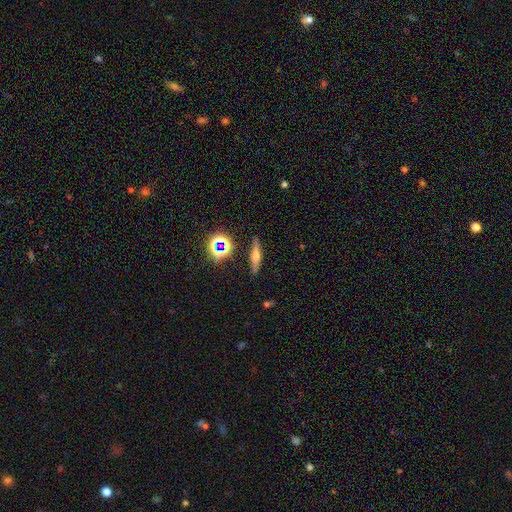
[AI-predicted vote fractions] Q: Smooth or featured?
A: featured or disk (45%); runner-up: smooth (40%)
Q: Merging?
A: none (86%); runner-up: minor disturbance (9%)